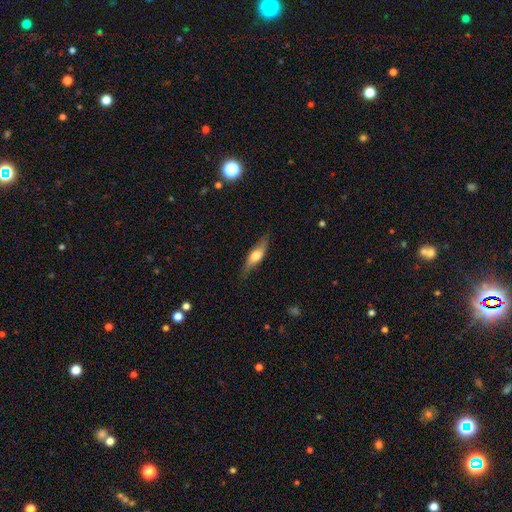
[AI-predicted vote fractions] This is possibly a smooth galaxy (55%). How rounded: possibly cigar-shaped (50%). Merging: likely none (78%).